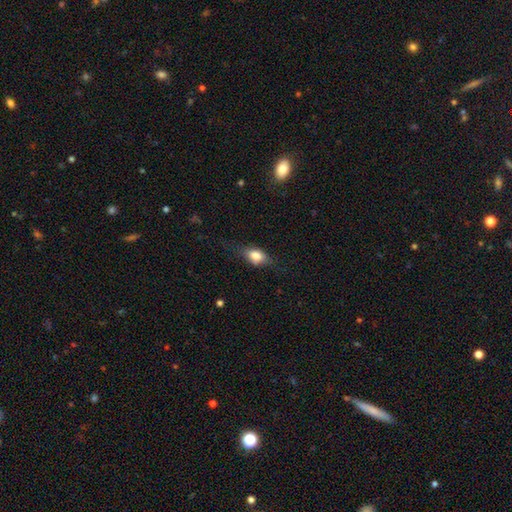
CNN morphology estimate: Smooth or featured: smooth — 74% (featured or disk — 17%)
How rounded: in between — 80% (round — 13%)
Merging: none — 62% (minor disturbance — 25%)